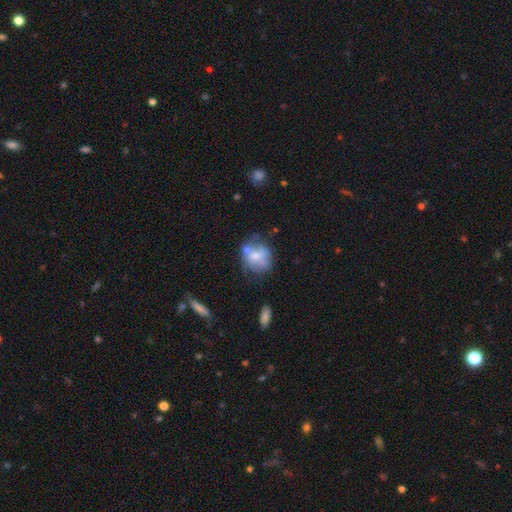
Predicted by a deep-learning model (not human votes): A smooth galaxy with no disk features (57%) that is round (66%).

Vote fractions:
- Smooth or featured? smooth: 57% / featured or disk: 34% / star or artifact: 9%
- How rounded? round: 66% / in between: 32% / cigar-shaped: 1%
- Merging? none: 44% / minor disturbance: 25% / merger: 18% / major disturbance: 13%